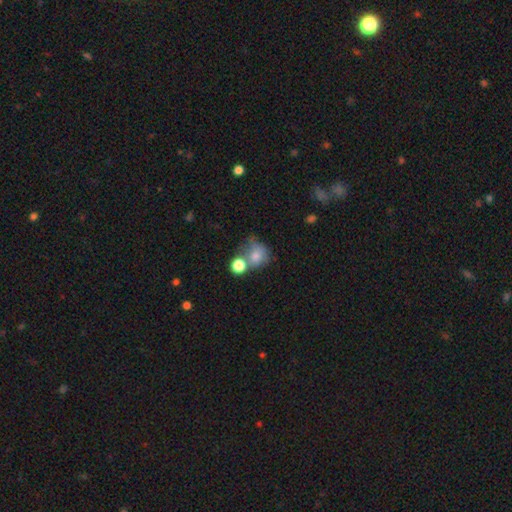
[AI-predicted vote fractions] smooth 76%, featured or disk 13%, star or artifact 11%. Down the decision tree: how rounded — round (74%); merging — none (37%).